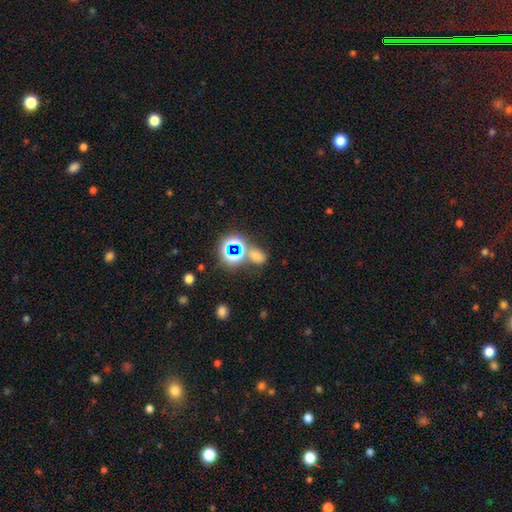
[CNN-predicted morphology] A smooth galaxy with no disk features (53%) that is in between round and cigar-shaped (66%). Merging: none (57%).